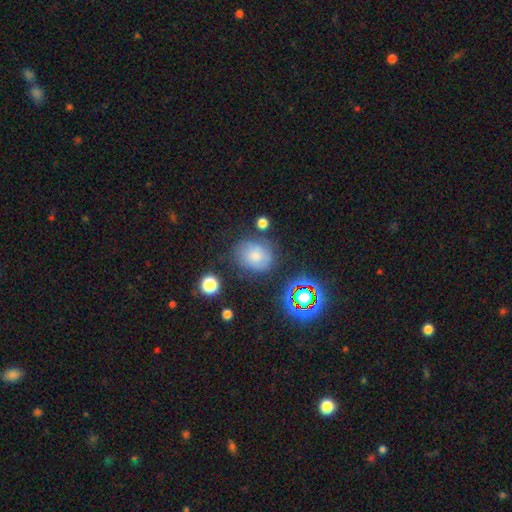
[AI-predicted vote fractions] Overall: smooth (71%). How rounded: round (61%; in between 38%). Merging: none (69%).